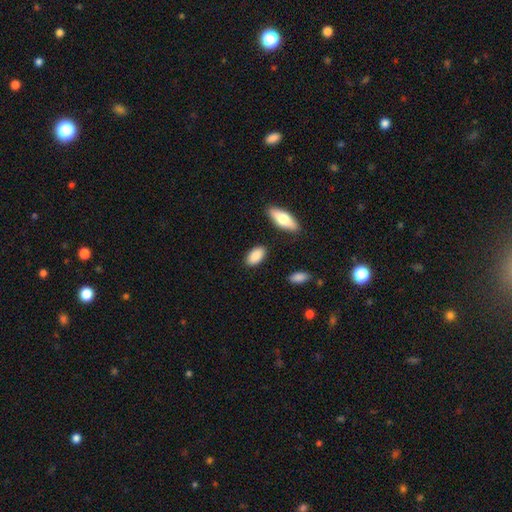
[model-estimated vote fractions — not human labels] smooth_or_featured: smooth (p=0.88) [alt: star or artifact p=0.06]
how_rounded: in between (p=0.92) [alt: round p=0.04]
merging: none (p=0.84) [alt: minor disturbance p=0.10]